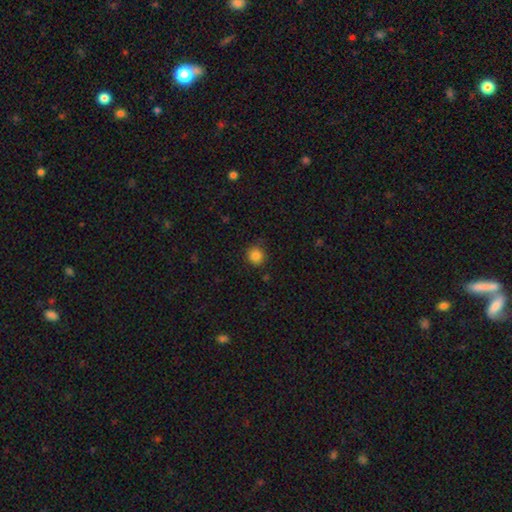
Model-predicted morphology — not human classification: type=smooth (85%); roundness=round (92%); merging=none (85%).